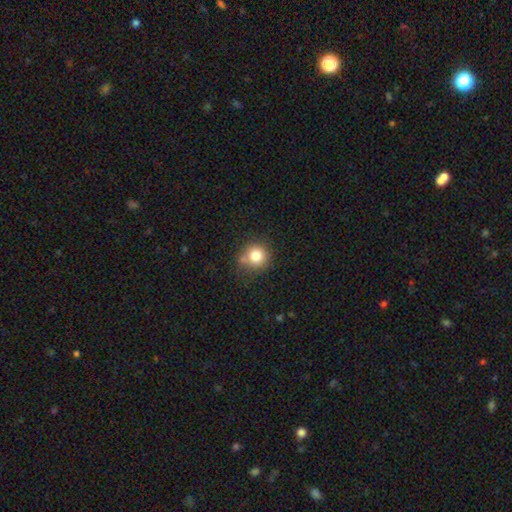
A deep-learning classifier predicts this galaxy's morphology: Q: Smooth or featured?
A: smooth (81%); runner-up: star or artifact (11%)
Q: How rounded?
A: round (91%); runner-up: in between (8%)
Q: Merging?
A: none (68%); runner-up: minor disturbance (15%)